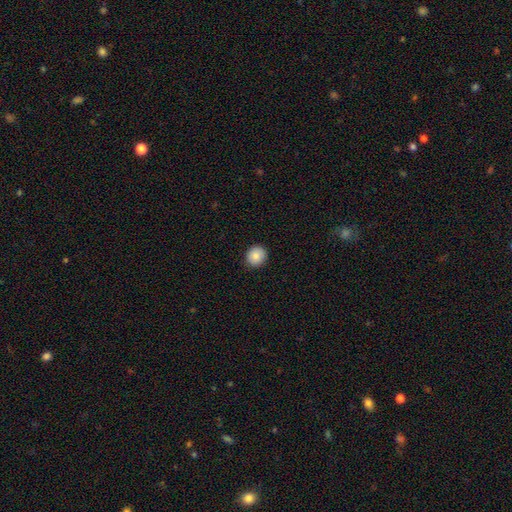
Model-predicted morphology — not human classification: Q: Smooth or featured?
A: smooth (85%); runner-up: star or artifact (8%)
Q: How rounded?
A: round (82%); runner-up: in between (17%)
Q: Merging?
A: none (91%); runner-up: minor disturbance (7%)